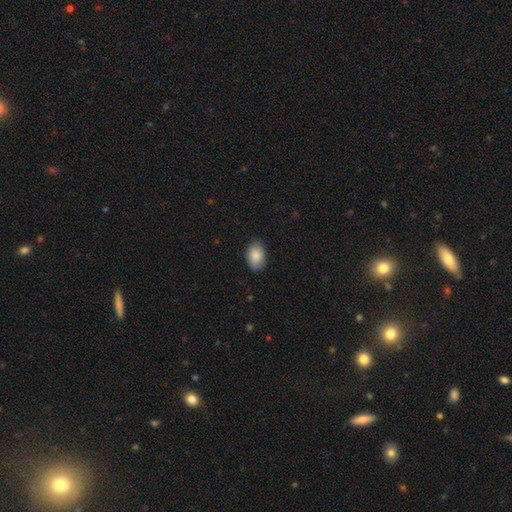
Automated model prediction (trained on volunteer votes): This appears to be a smooth galaxy with no disk features (88%) that is in between round and cigar-shaped (88%). Merging: none (85%).